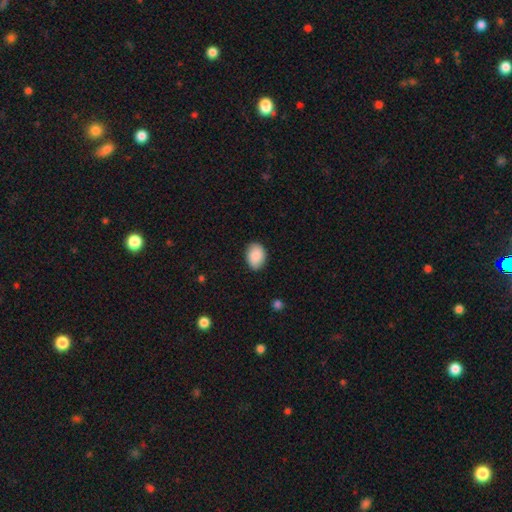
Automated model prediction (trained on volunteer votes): Smooth or featured? smooth (87%)
How rounded? in between (74%)
Merging? none (84%)